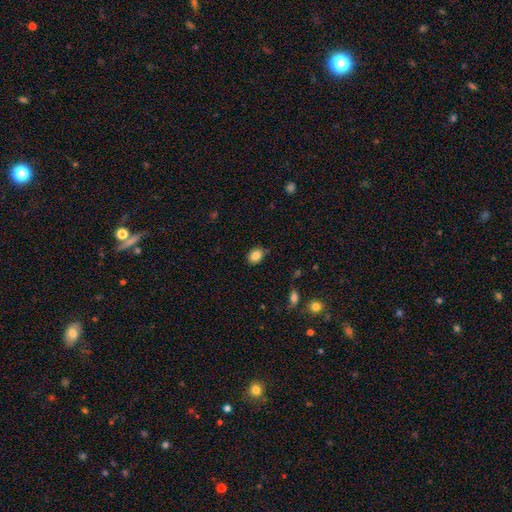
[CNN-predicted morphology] smooth_or_featured: smooth (p=0.84) [alt: star or artifact p=0.09]
how_rounded: in between (p=0.63) [alt: round p=0.35]
merging: none (p=0.82) [alt: minor disturbance p=0.13]